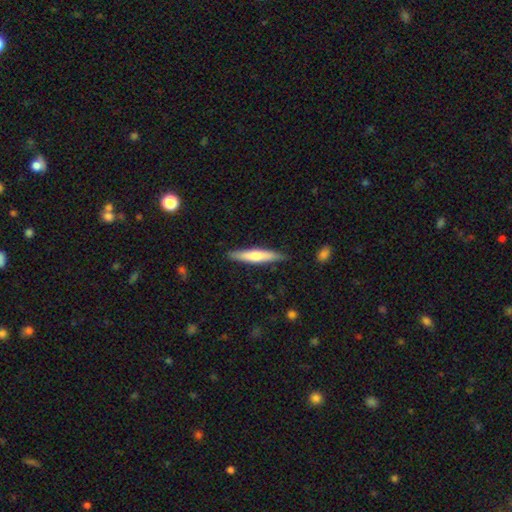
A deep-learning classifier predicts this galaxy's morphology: Overall: smooth (55%; featured or disk 40%). How rounded: cigar-shaped (88%). Merging: none (86%).